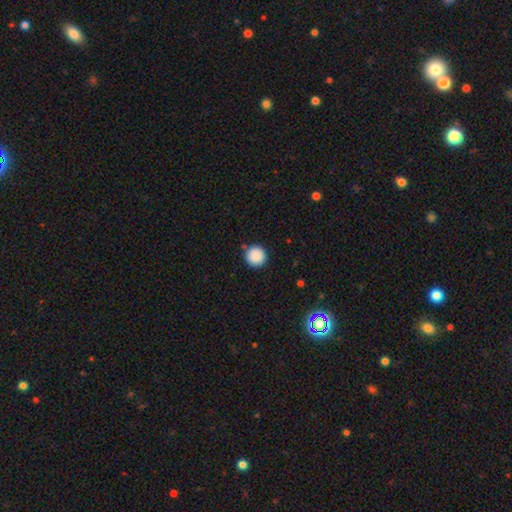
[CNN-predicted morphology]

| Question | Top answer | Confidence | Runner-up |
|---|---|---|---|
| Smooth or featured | smooth | 88% | star or artifact (9%) |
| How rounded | round | 96% | in between (3%) |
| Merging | none | 89% | minor disturbance (7%) |